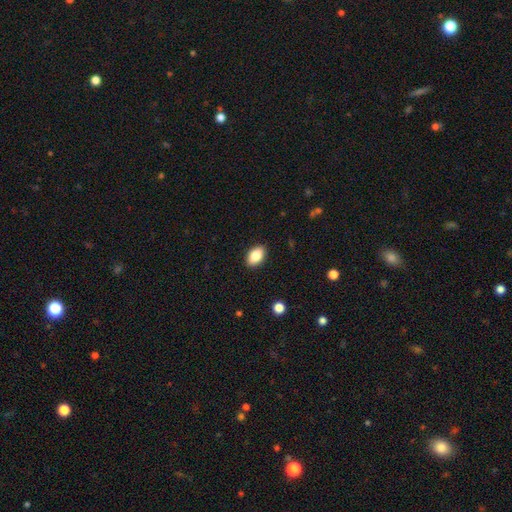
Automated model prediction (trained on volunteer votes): Smooth or featured? smooth (86%)
How rounded? in between (90%)
Merging? none (90%)